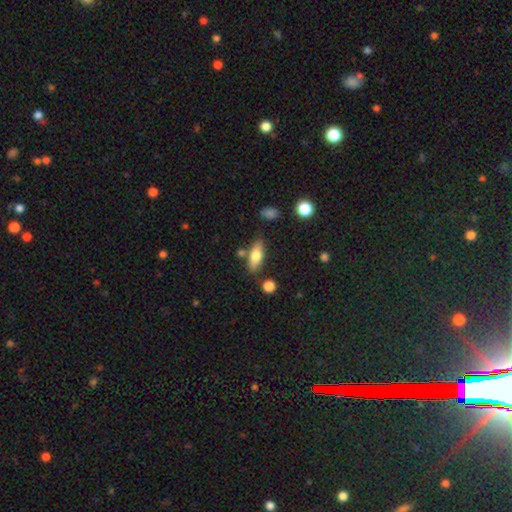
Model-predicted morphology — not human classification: smooth-or-featured: smooth: 69% | featured or disk: 23% | star or artifact: 7%
  how-rounded: in between: 70% | cigar-shaped: 27% | round: 3%
  merging: none: 74% | minor disturbance: 14% | merger: 8% | major disturbance: 3%